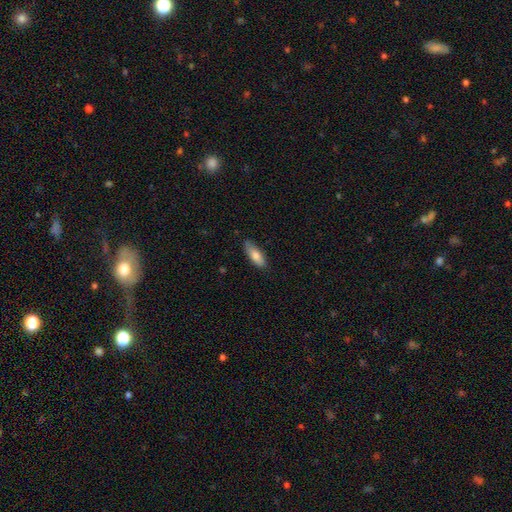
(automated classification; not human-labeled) Overall: smooth (78%). How rounded: in between (67%; cigar-shaped 31%). Merging: none (79%).